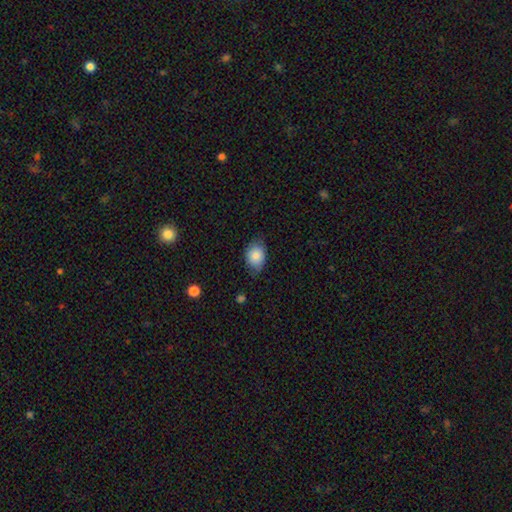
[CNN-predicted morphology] smooth 81%, featured or disk 11%, star or artifact 8%. Down the decision tree: how rounded — in between (71%); merging — none (64%).